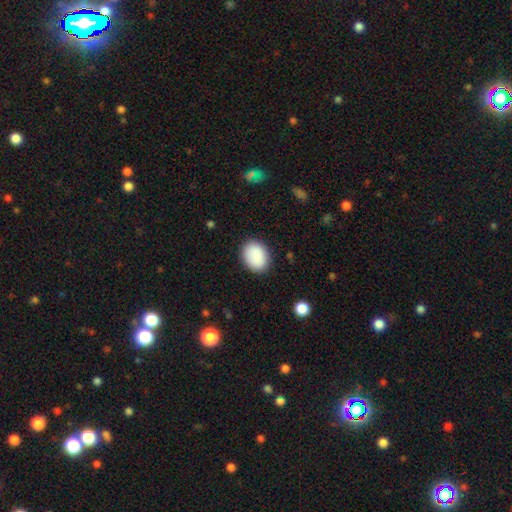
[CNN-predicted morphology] Smooth or featured? smooth (89%)
How rounded? in between (67%)
Merging? none (86%)